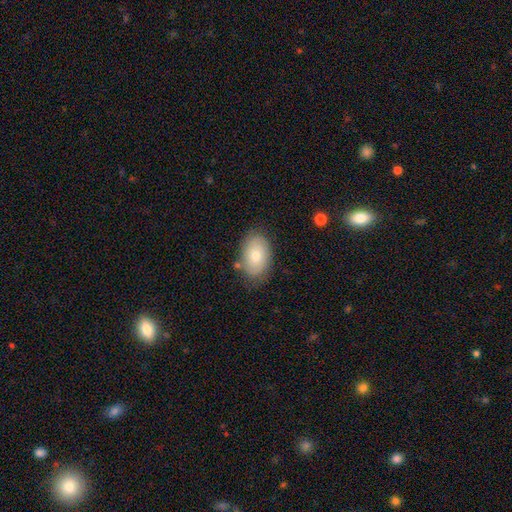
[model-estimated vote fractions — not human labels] The model was most divided on "smooth or featured": smooth: 74%, featured or disk: 20%, star or artifact: 7%. More confident: how rounded — in between (88%); merging — none (76%).